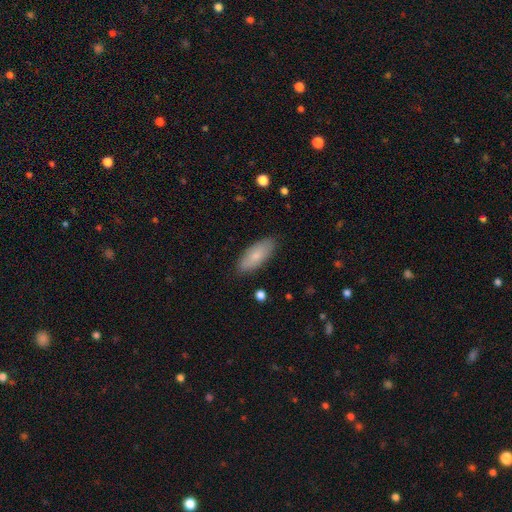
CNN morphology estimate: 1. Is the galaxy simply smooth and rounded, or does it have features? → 77% smooth, 17% featured or disk, 6% star or artifact.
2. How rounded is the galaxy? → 81% in between, 17% cigar-shaped, 2% round.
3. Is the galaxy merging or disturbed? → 85% none, 11% minor disturbance, 2% major disturbance, 1% merger.